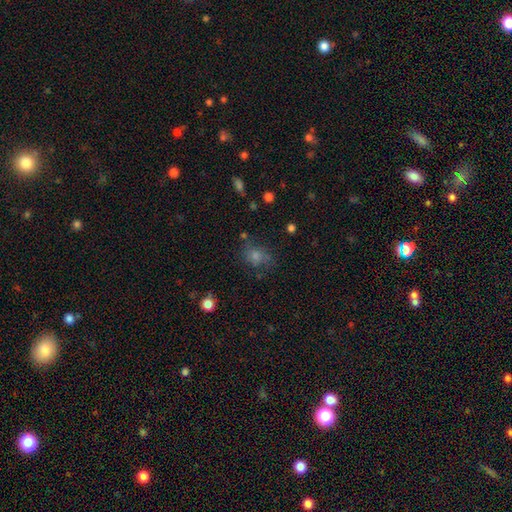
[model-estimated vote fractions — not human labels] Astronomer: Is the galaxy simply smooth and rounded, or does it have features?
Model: smooth — 55%.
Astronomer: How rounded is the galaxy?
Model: round — 54% (runner-up: in between, 44%).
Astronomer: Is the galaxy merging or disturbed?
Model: none — 63%.